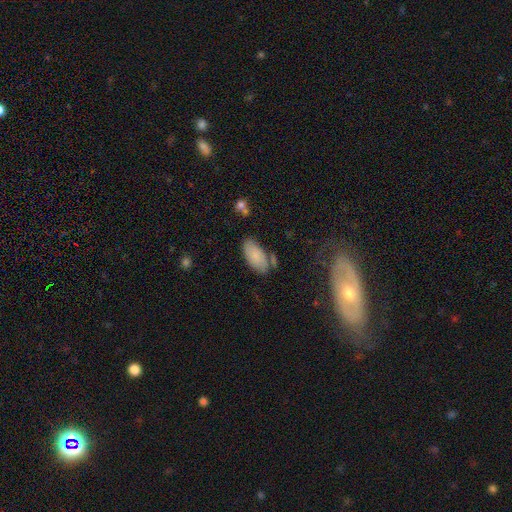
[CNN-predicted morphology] The model was most divided on "merging": none: 65%, minor disturbance: 20%, merger: 10%, major disturbance: 6%. More confident: how rounded — in between (93%); smooth or featured — smooth (81%).